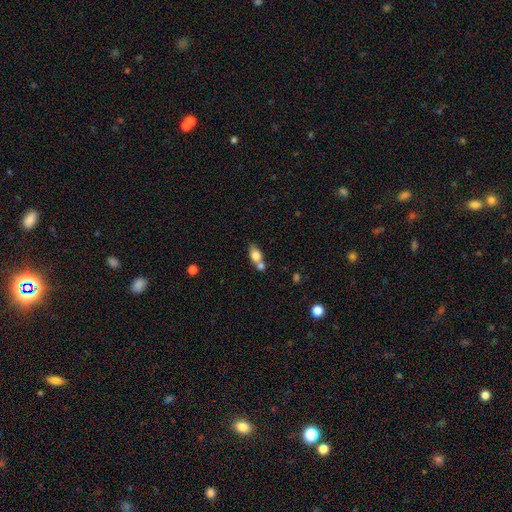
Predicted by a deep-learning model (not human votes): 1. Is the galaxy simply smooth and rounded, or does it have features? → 76% smooth, 16% featured or disk, 8% star or artifact.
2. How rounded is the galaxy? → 74% in between, 19% round, 7% cigar-shaped.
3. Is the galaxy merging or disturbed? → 47% merger, 37% none, 12% minor disturbance, 4% major disturbance.